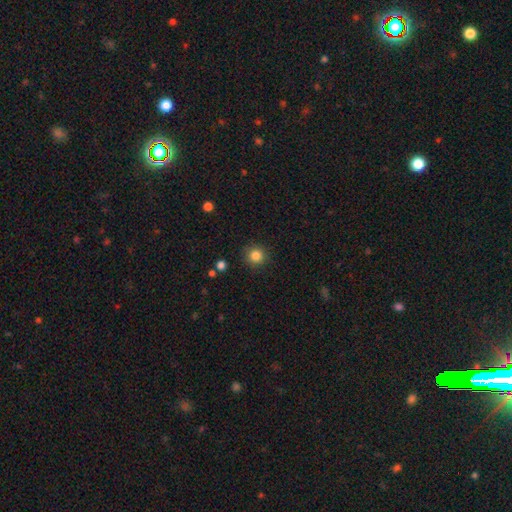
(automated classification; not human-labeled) Smooth or featured? smooth (84%)
How rounded? round (94%)
Merging? none (91%)